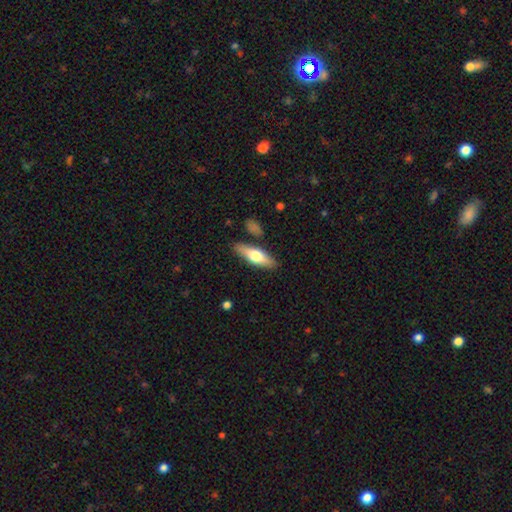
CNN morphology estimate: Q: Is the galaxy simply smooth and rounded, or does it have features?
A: smooth — 57%.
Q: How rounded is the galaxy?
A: in between — 49%.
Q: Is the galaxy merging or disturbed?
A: none — 83%.